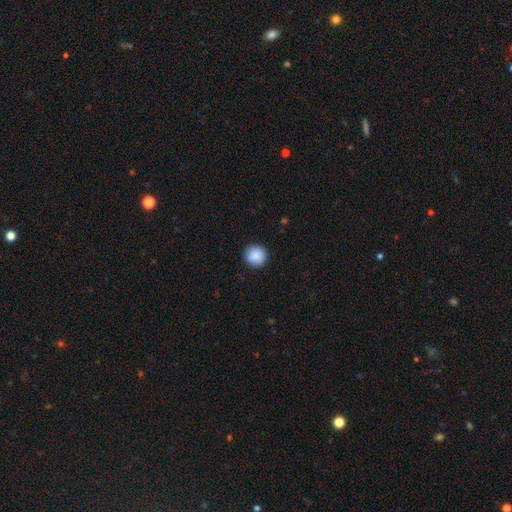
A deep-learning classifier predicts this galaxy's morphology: The model was most divided on "smooth or featured": smooth: 89%, star or artifact: 8%, featured or disk: 4%. More confident: how rounded — round (94%); merging — none (91%).